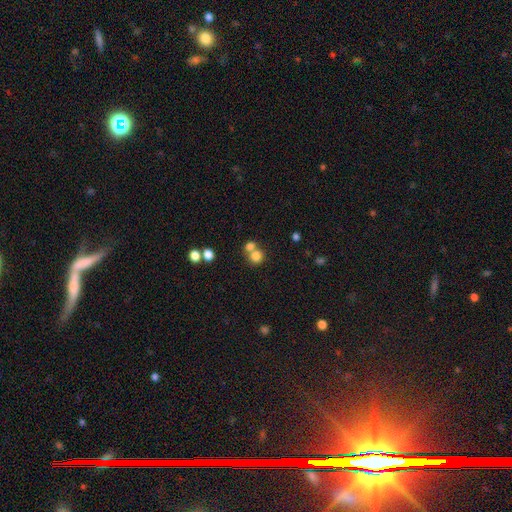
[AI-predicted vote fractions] smooth_or_featured: smooth (p=0.78) [alt: star or artifact p=0.13]
how_rounded: round (p=0.87) [alt: in between p=0.12]
merging: none (p=0.46) [alt: merger p=0.44]